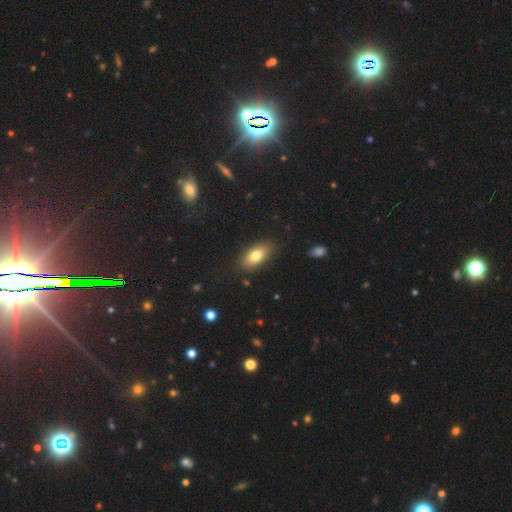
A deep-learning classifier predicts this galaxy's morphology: A smooth galaxy with no disk features (78%) that is in between round and cigar-shaped (88%). Merging: none (85%).